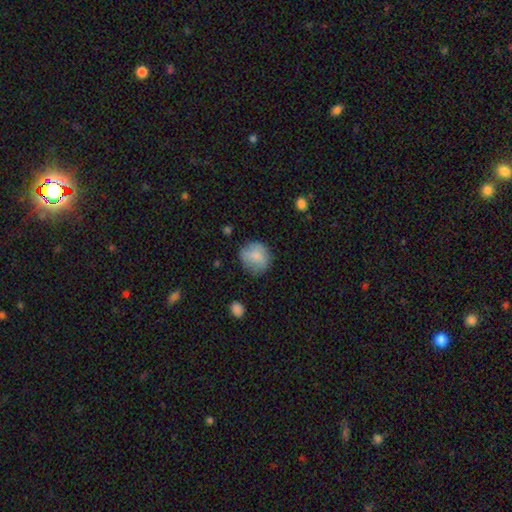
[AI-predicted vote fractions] Smooth or featured?
  - smooth: 77% *
  - featured or disk: 15%
  - star or artifact: 8%
How rounded?
  - round: 80% *
  - in between: 19%
  - cigar-shaped: 1%
Merging?
  - none: 67% *
  - minor disturbance: 23%
  - major disturbance: 8%
  - merger: 2%